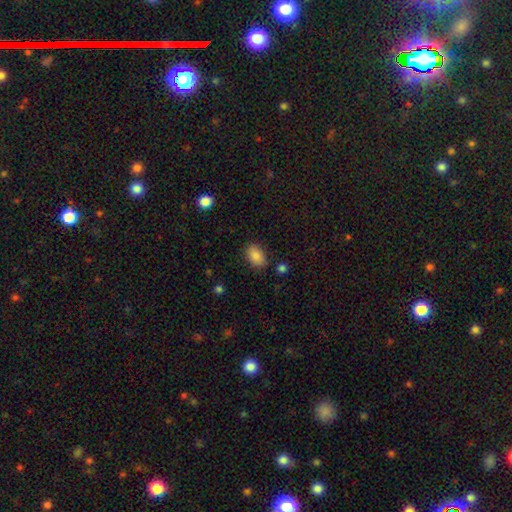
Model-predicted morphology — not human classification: smooth_or_featured: smooth (p=0.87) [alt: star or artifact p=0.08]
how_rounded: in between (p=0.89) [alt: round p=0.10]
merging: none (p=0.84) [alt: minor disturbance p=0.11]